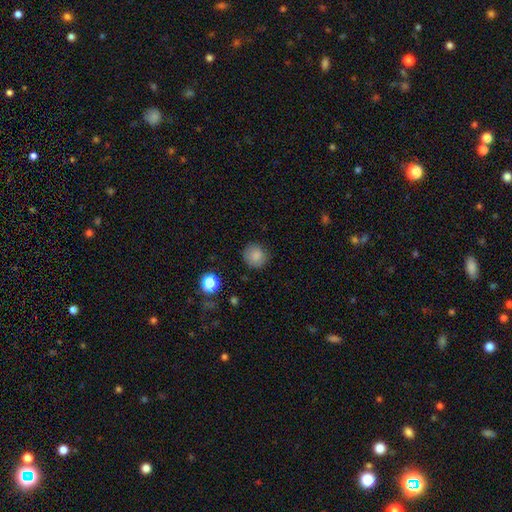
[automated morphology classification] A smooth galaxy with no disk features (84%) that is round (91%).

Vote fractions:
- Smooth or featured? smooth: 84% / star or artifact: 11% / featured or disk: 5%
- How rounded? round: 91% / in between: 8% / cigar-shaped: 1%
- Merging? none: 86% / minor disturbance: 10% / major disturbance: 3% / merger: 1%